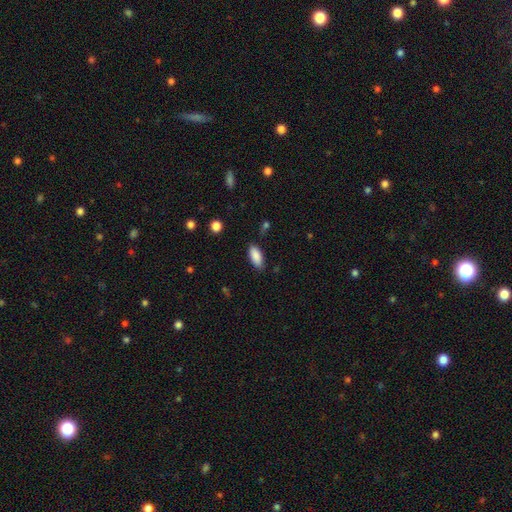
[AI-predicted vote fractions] Smooth or featured? Predicted: smooth (p=0.88). How rounded? Predicted: in between (p=0.85). Merging? Predicted: none (p=0.82).